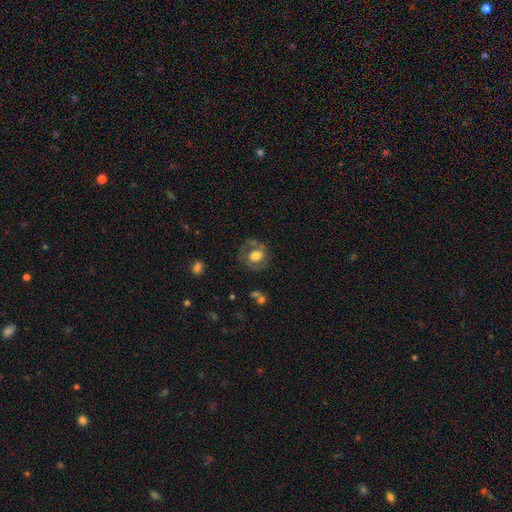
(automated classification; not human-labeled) The model was most divided on "smooth or featured": smooth: 49%, featured or disk: 43%, star or artifact: 8%. More confident: merging — none (66%).